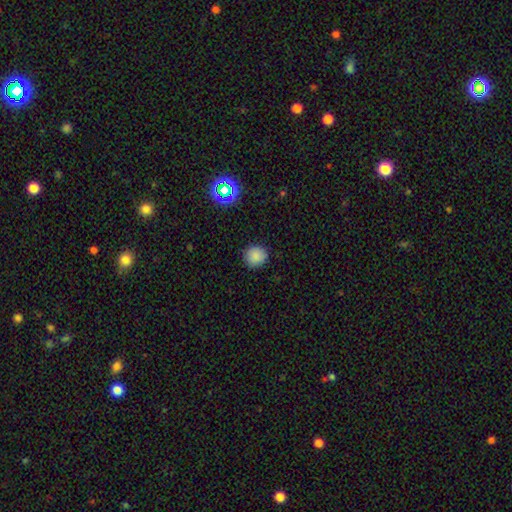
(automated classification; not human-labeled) Smooth or featured? smooth (83%)
How rounded? round (89%)
Merging? none (88%)